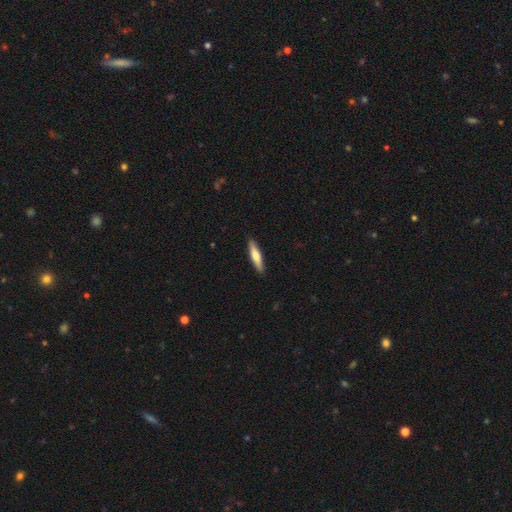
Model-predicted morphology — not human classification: Overall: smooth (66%; featured or disk 29%). How rounded: cigar-shaped (83%). Merging: none (90%).